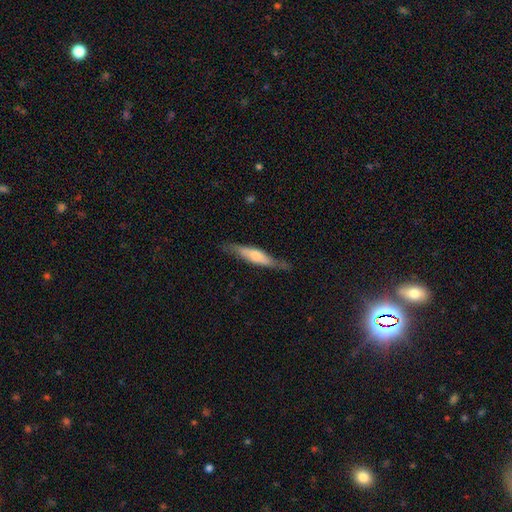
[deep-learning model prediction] smooth-or-featured: smooth: 51% | featured or disk: 43% | star or artifact: 6%
  how-rounded: cigar-shaped: 79% | in between: 20% | round: 2%
  merging: none: 75% | minor disturbance: 19% | major disturbance: 5% | merger: 1%